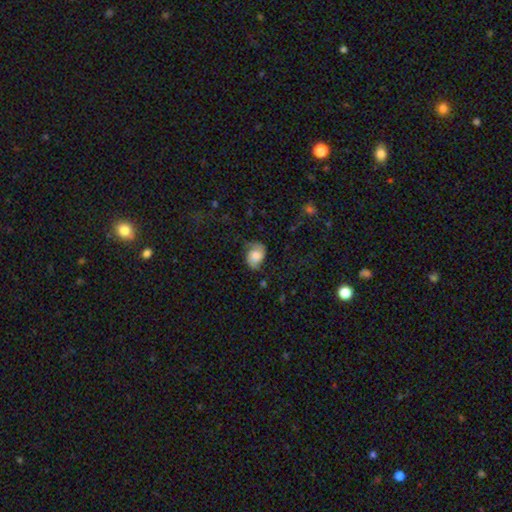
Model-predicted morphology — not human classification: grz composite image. It shows a featured or disk galaxy (53%) with no bar (66%), spiral arms (90%) and a large central bulge (36%). Merging: none (61%).